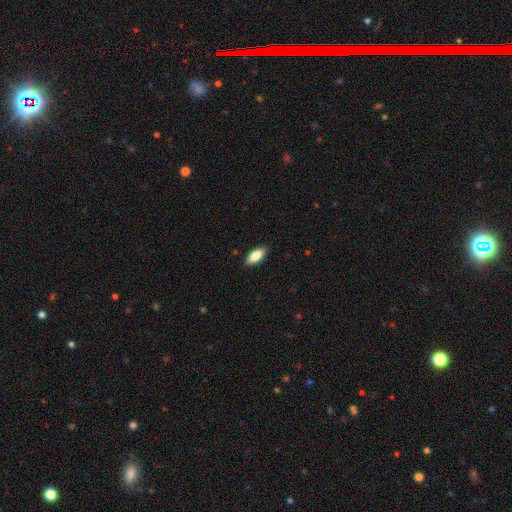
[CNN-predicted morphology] Smooth or featured? smooth (84%)
How rounded? in between (82%)
Merging? none (88%)